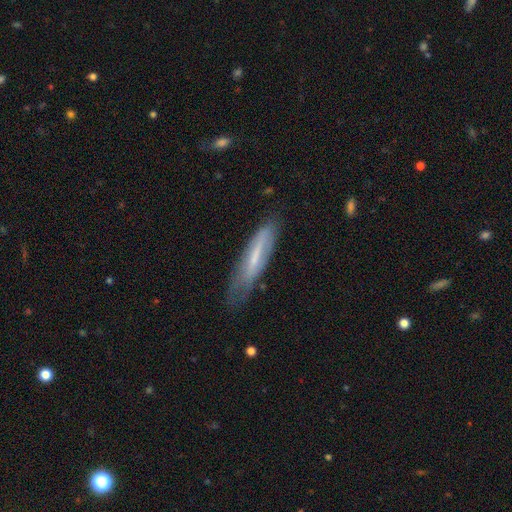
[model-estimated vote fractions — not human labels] smooth 48%, featured or disk 45%, star or artifact 7%. Down the decision tree: merging — none (61%).